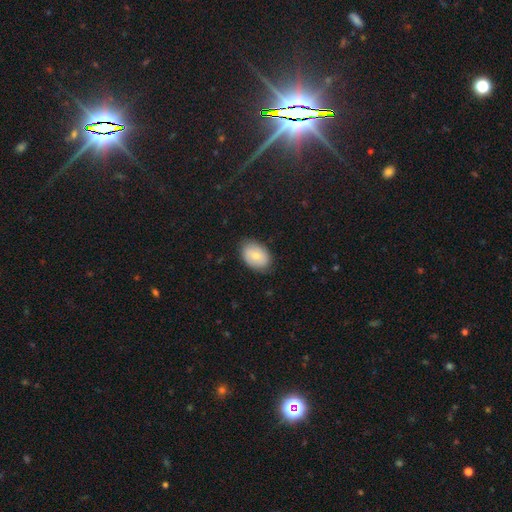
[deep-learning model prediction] Smooth or featured? smooth (75%)
How rounded? in between (83%)
Merging? none (82%)